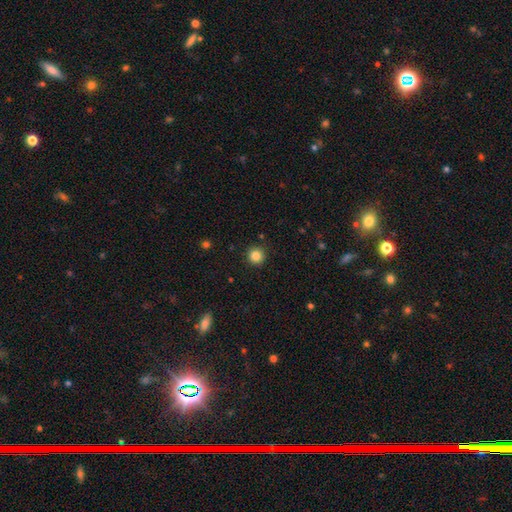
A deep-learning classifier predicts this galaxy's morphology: This appears to be a smooth galaxy with no disk features (85%) that is round (95%). Merging: none (92%).